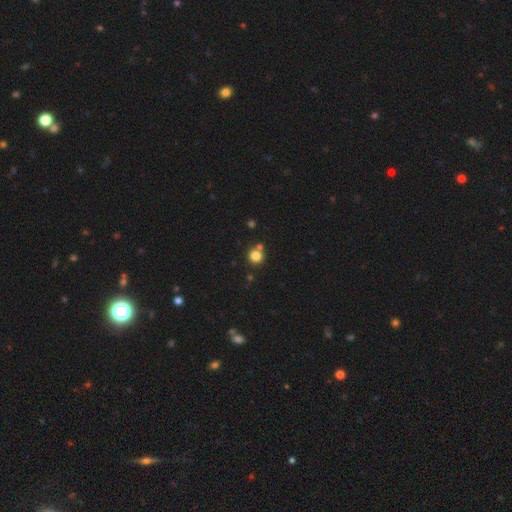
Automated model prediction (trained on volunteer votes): Smooth or featured: smooth — 82% (star or artifact — 13%)
How rounded: round — 92% (in between — 7%)
Merging: none — 73% (merger — 16%)